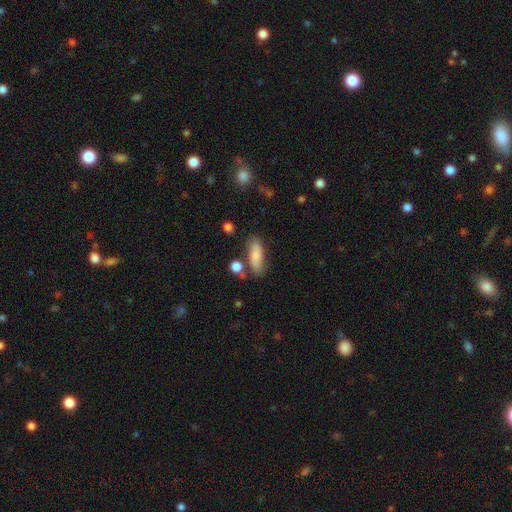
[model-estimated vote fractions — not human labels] Overall: smooth (78%). How rounded: in between (65%; cigar-shaped 31%). Merging: none (69%).